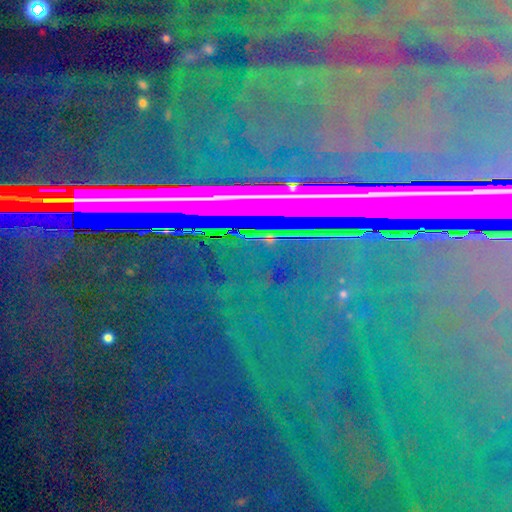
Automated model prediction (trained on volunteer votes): A star or artifact, not a galaxy (86%).

Vote fractions:
- Smooth or featured? star or artifact: 86% / featured or disk: 8% / smooth: 6%